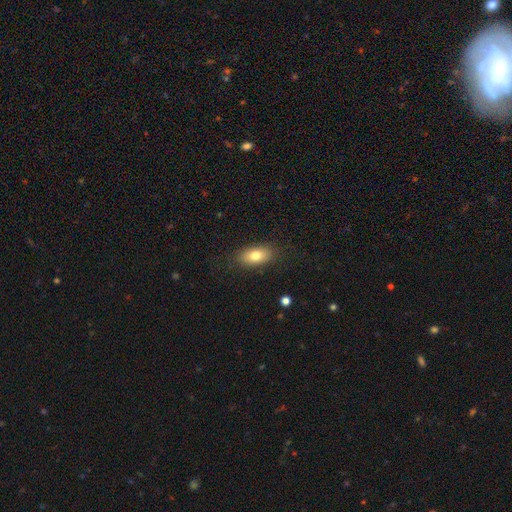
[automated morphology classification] Q: Smooth or featured?
A: smooth (79%); runner-up: featured or disk (14%)
Q: How rounded?
A: in between (88%); runner-up: cigar-shaped (7%)
Q: Merging?
A: none (85%); runner-up: minor disturbance (11%)